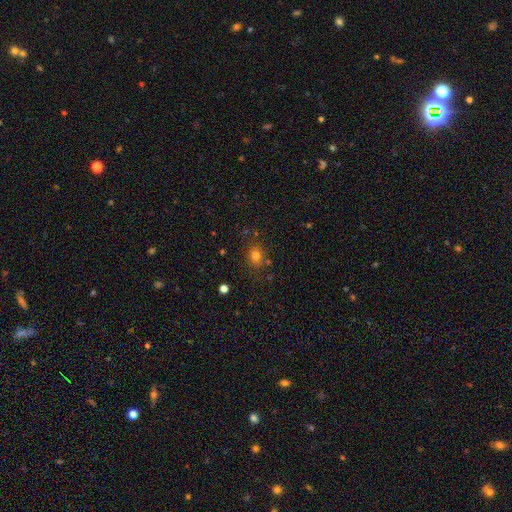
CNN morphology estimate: Smooth or featured: smooth — 75% (star or artifact — 17%)
How rounded: round — 56% (in between — 42%)
Merging: none — 78% (minor disturbance — 13%)